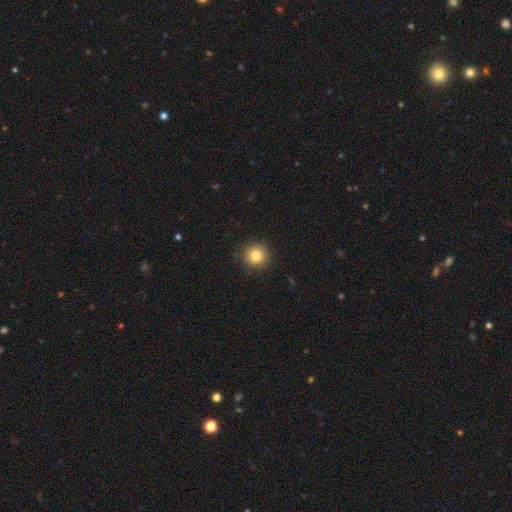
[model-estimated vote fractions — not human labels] Q: Smooth or featured?
A: smooth (83%); runner-up: star or artifact (11%)
Q: How rounded?
A: round (94%); runner-up: in between (5%)
Q: Merging?
A: none (91%); runner-up: minor disturbance (6%)